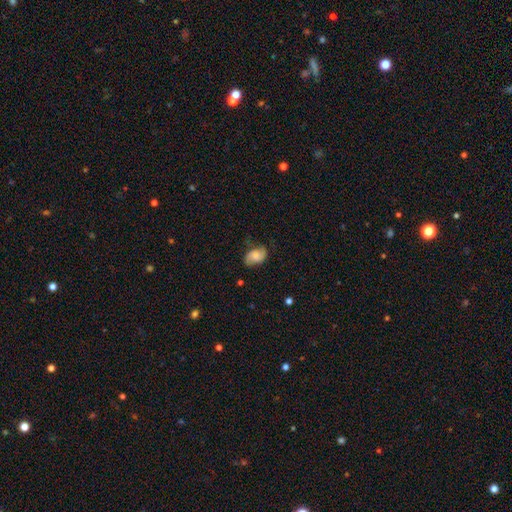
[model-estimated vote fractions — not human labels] Smooth or featured?
  - smooth: 59% *
  - featured or disk: 33%
  - star or artifact: 9%
How rounded?
  - in between: 84% *
  - round: 14%
  - cigar-shaped: 1%
Merging?
  - none: 64% *
  - minor disturbance: 26%
  - major disturbance: 9%
  - merger: 1%